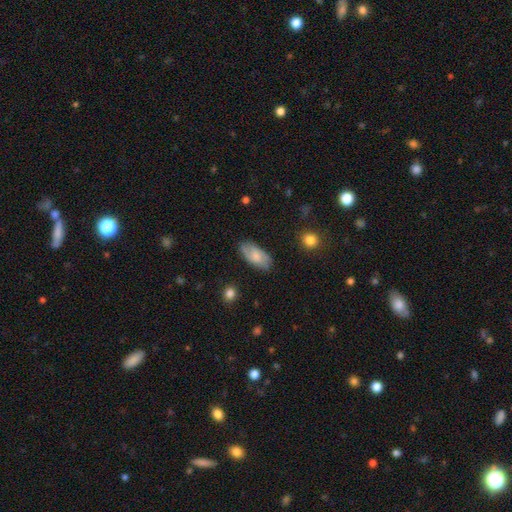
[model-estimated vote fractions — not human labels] This is possibly a smooth galaxy (54%). How rounded: clearly in between (90%). Merging: likely none (76%).